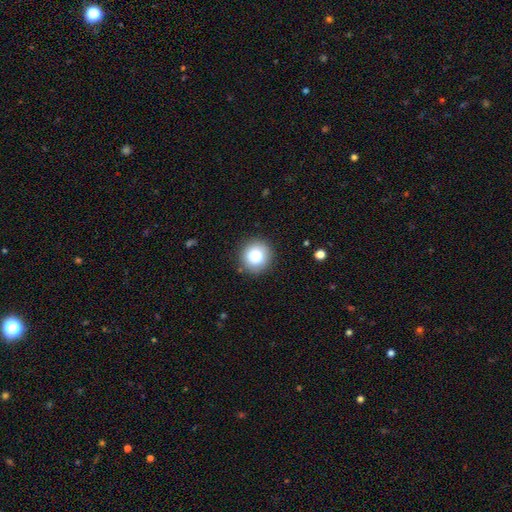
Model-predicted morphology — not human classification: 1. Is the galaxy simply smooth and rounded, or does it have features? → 81% smooth, 10% star or artifact, 9% featured or disk.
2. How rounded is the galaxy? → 92% round, 7% in between, 1% cigar-shaped.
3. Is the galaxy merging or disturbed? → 90% none, 7% minor disturbance, 2% major disturbance, 1% merger.